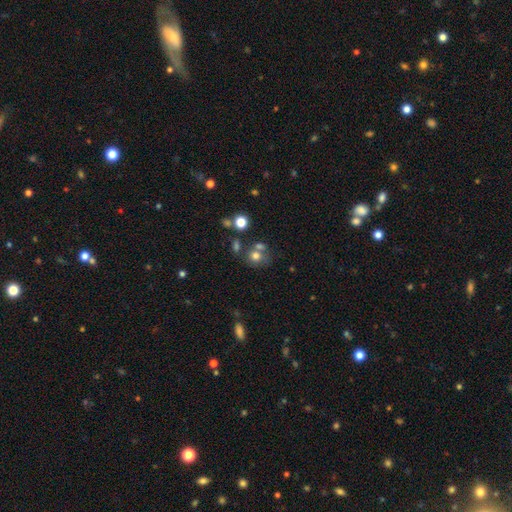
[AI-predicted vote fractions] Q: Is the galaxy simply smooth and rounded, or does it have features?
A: smooth — 71%.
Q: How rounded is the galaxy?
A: round — 73%.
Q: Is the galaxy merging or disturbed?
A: none — 48%.